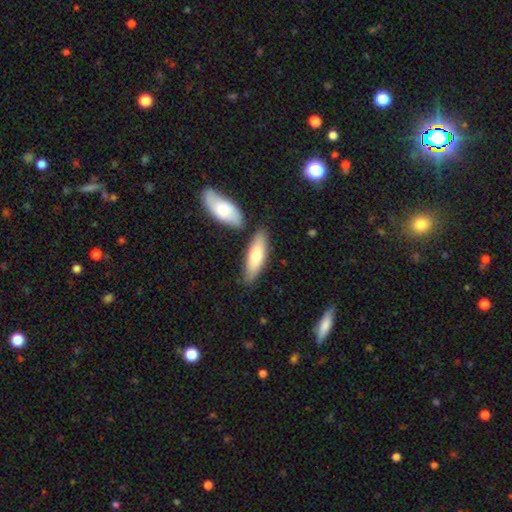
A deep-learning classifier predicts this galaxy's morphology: type=smooth (68%); roundness=in between (51%); merging=none (74%).